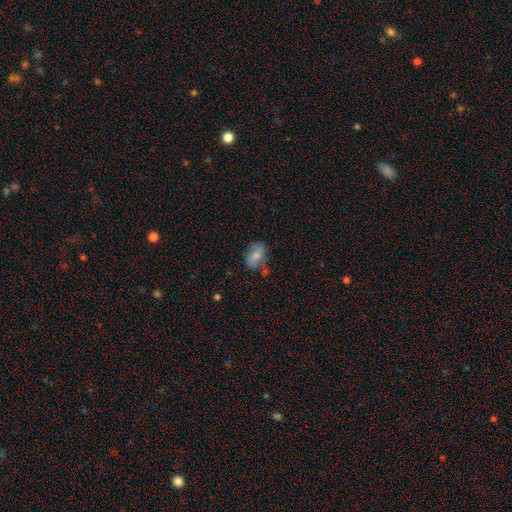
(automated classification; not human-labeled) Smooth or featured? smooth (67%)
How rounded? in between (81%)
Merging? none (54%)